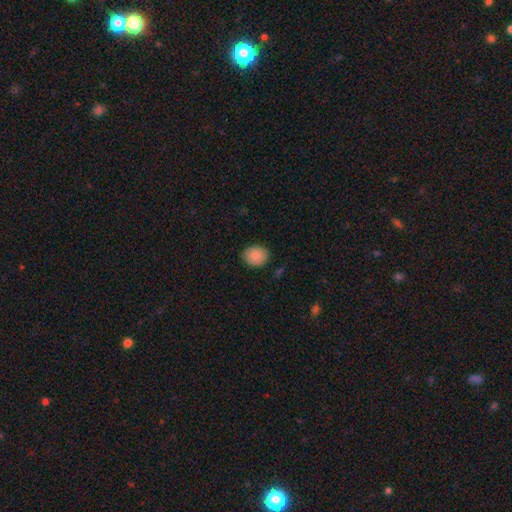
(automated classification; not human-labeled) smooth-or-featured: smooth: 88% | star or artifact: 7% | featured or disk: 4%
  how-rounded: round: 60% | in between: 39% | cigar-shaped: 1%
  merging: none: 85% | minor disturbance: 11% | major disturbance: 2% | merger: 1%